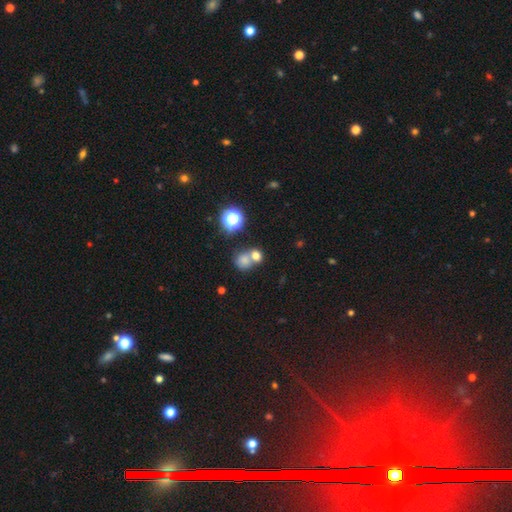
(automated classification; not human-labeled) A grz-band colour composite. It shows a smooth galaxy with no disk features (71%) that is round (72%). Merging: merger (51%).